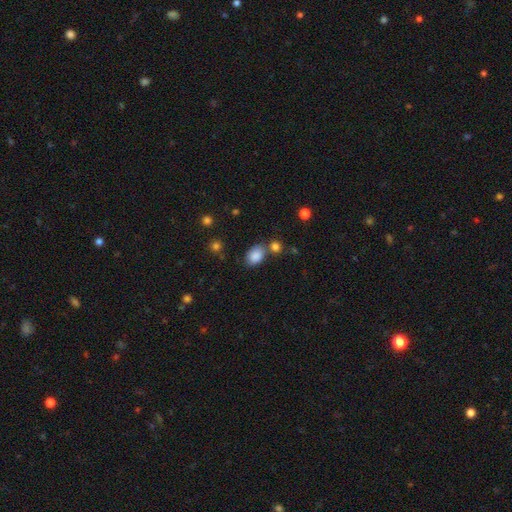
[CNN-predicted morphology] Overall: smooth (85%). How rounded: in between (77%). Merging: none (62%).